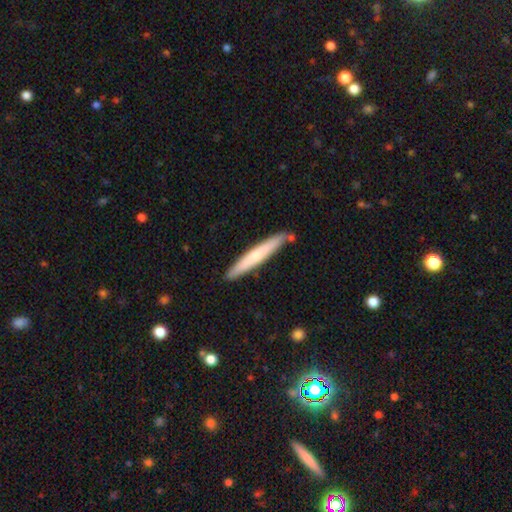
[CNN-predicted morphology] smooth-or-featured: smooth: 60% | featured or disk: 35% | star or artifact: 5%
  how-rounded: cigar-shaped: 96% | in between: 3% | round: 1%
  merging: none: 85% | minor disturbance: 10% | merger: 3% | major disturbance: 2%